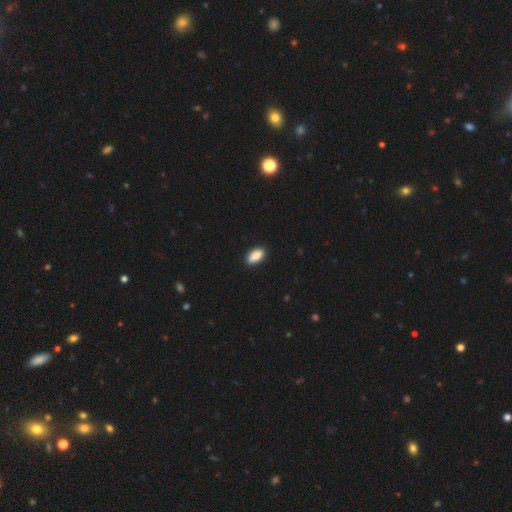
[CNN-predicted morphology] smooth-or-featured: smooth: 90% | star or artifact: 7% | featured or disk: 4%
  how-rounded: in between: 93% | cigar-shaped: 3% | round: 3%
  merging: none: 89% | minor disturbance: 8% | major disturbance: 2% | merger: 1%